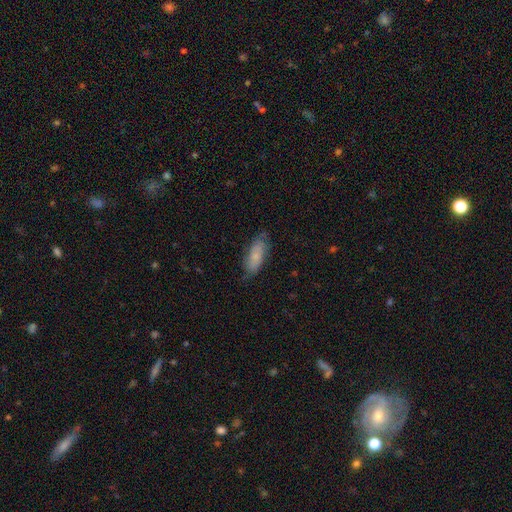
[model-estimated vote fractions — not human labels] A smooth galaxy with no disk features (71%) that is in between round and cigar-shaped (73%). Merging: none (73%).